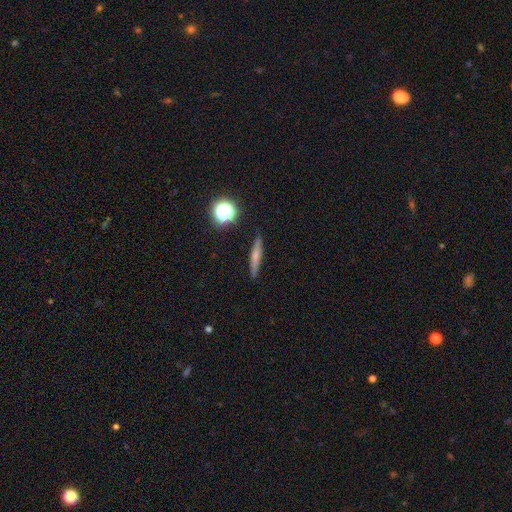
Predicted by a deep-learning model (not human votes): Overall: smooth (59%; featured or disk 30%). How rounded: cigar-shaped (88%). Merging: none (88%).